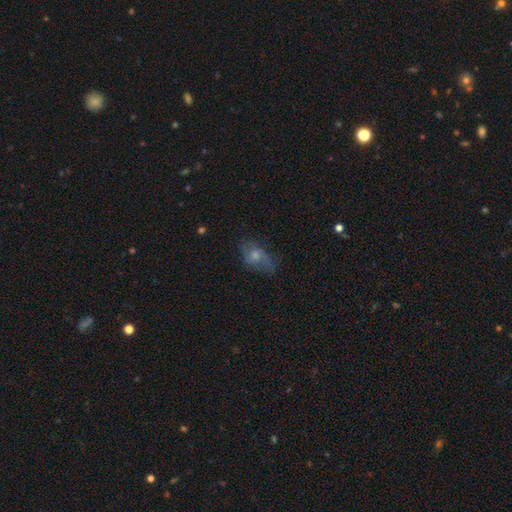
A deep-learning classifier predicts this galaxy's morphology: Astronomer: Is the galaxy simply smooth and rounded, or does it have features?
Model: smooth — 59%.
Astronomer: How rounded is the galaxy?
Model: in between — 82%.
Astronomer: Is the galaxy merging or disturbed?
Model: none — 46% (runner-up: minor disturbance, 30%).